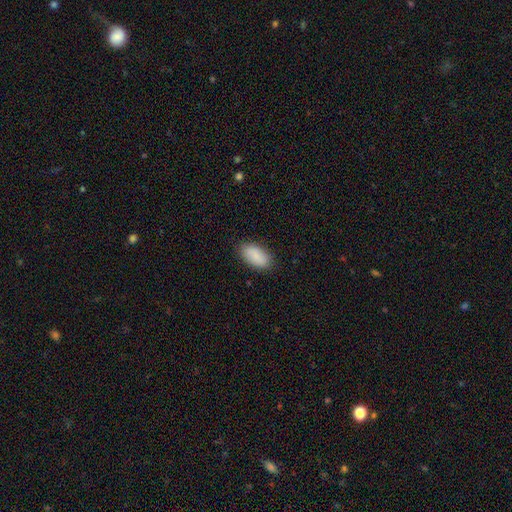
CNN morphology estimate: Q: Smooth or featured?
A: smooth (88%); runner-up: star or artifact (6%)
Q: How rounded?
A: in between (94%); runner-up: cigar-shaped (3%)
Q: Merging?
A: none (86%); runner-up: minor disturbance (10%)